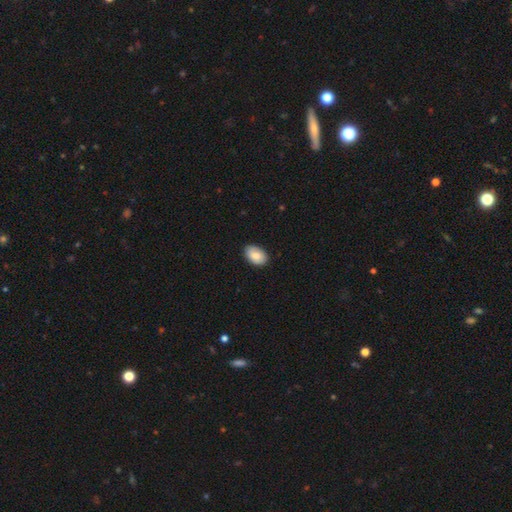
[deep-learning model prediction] Overall: smooth (82%). How rounded: in between (89%). Merging: none (87%).